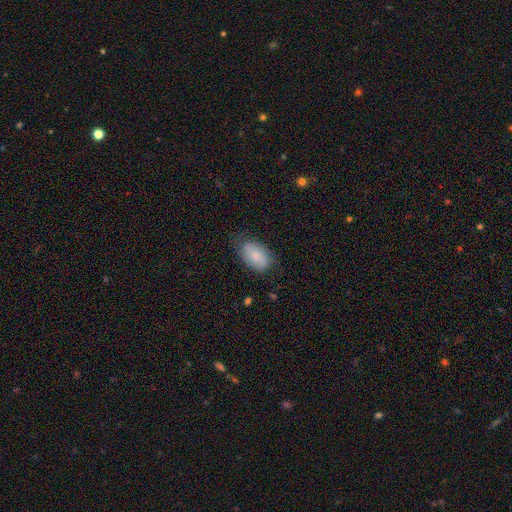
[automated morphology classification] Smooth or featured? smooth (68%)
How rounded? in between (92%)
Merging? none (72%)